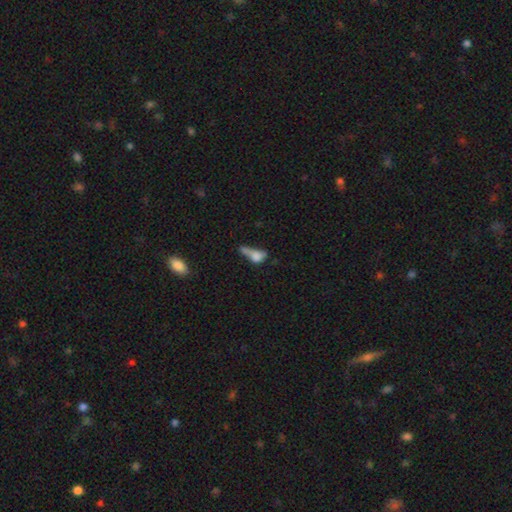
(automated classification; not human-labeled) Q: Smooth or featured?
A: smooth (63%); runner-up: featured or disk (24%)
Q: How rounded?
A: in between (61%); runner-up: round (20%)
Q: Merging?
A: merger (34%); runner-up: major disturbance (26%)